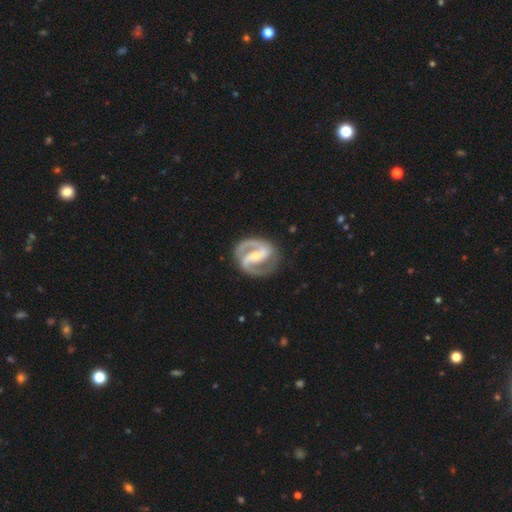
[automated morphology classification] Smooth or featured: featured or disk — 92% (smooth — 4%)
Edge-on disk: no — 98% (yes — 2%)
Bar: strong — 51% (weak — 32%)
Spiral arms: yes — 98% (no — 2%)
Spiral winding: medium — 60% (tight — 27%)
Spiral arm count: 2 — 93% (3 — 2%)
Bulge size: small — 58% (moderate — 36%)
Merging: none — 82% (minor disturbance — 12%)